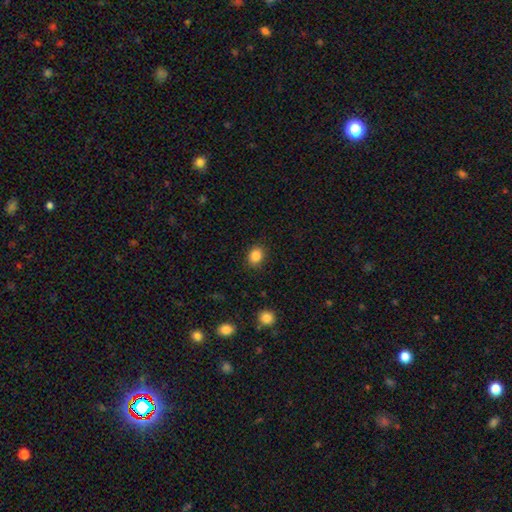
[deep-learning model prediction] Overall: smooth (86%). How rounded: round (55%; in between 44%). Merging: none (88%).